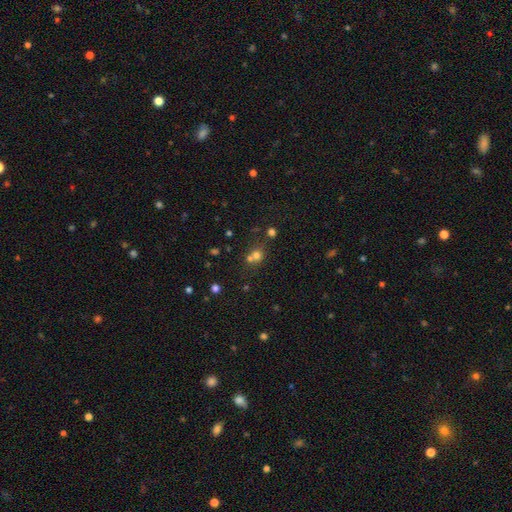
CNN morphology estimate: smooth_or_featured: smooth (p=0.68) [alt: star or artifact p=0.21]
how_rounded: round (p=0.82) [alt: in between p=0.17]
merging: none (p=0.46) [alt: merger p=0.42]